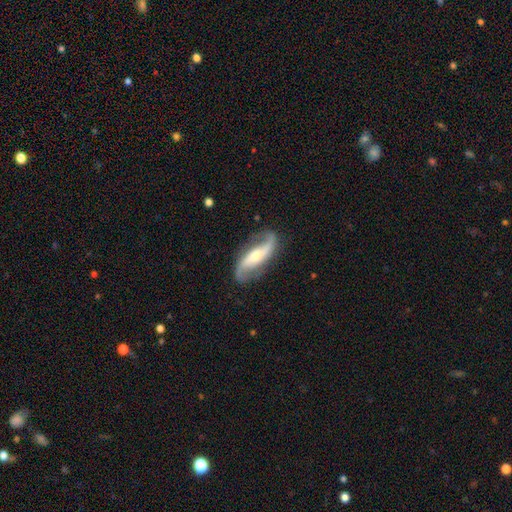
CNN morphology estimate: featured or disk 87%, smooth 8%, star or artifact 5%. Down the decision tree: edge-on disk — no (92%); bar — strong (42%); spiral arms — yes (96%); spiral arm count — 2 (93%); spiral winding — loose (65%); bulge size — moderate (50%); merging — none (82%).